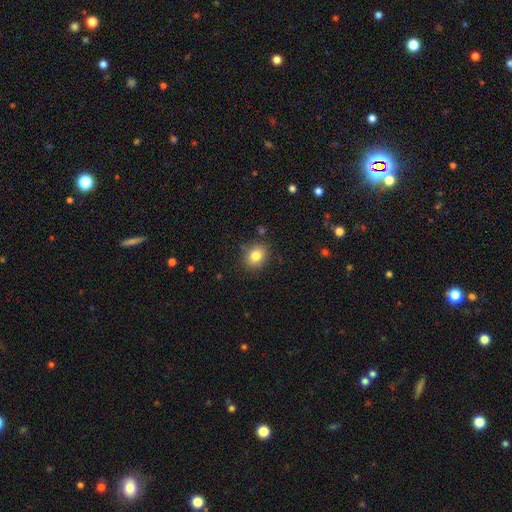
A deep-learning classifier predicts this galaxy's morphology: Smooth or featured? smooth (82%)
How rounded? round (63%)
Merging? none (85%)